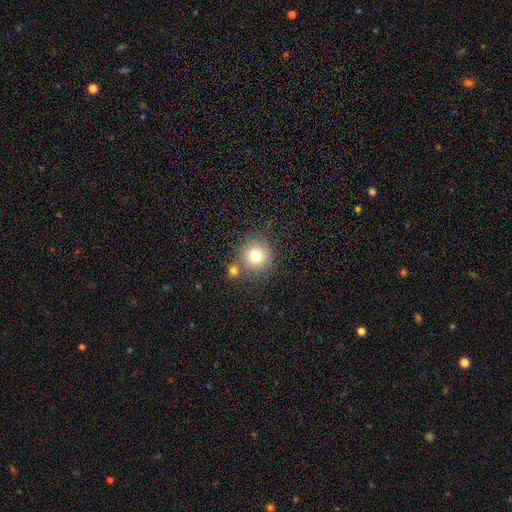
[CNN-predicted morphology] This is likely a smooth galaxy (76%). How rounded: clearly round (93%). Merging: likely none (74%).